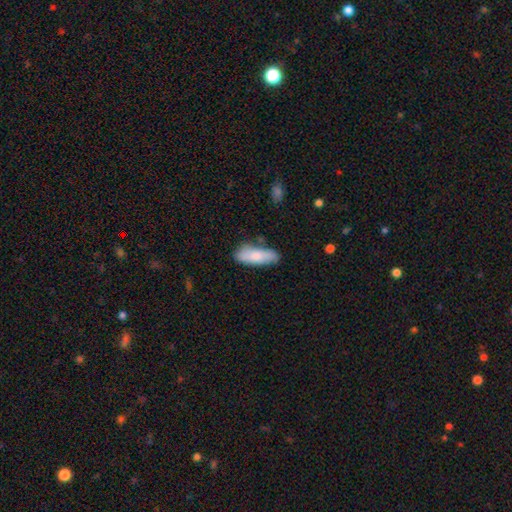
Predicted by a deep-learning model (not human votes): Overall: smooth (81%). How rounded: in between (61%; cigar-shaped 37%). Merging: none (73%).